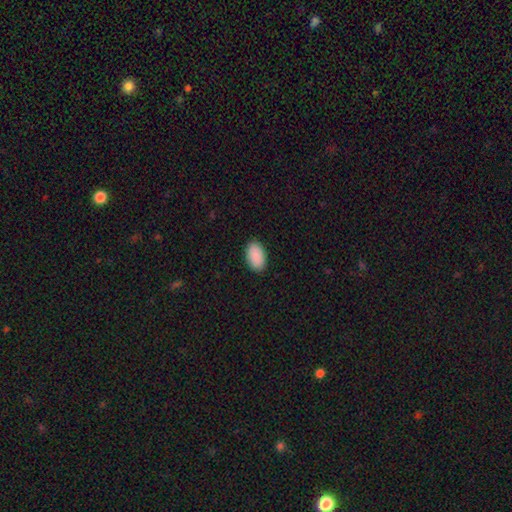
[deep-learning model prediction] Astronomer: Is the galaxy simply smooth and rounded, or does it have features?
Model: smooth — 92%.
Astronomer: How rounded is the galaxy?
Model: in between — 94%.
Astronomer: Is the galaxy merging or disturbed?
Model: none — 89%.